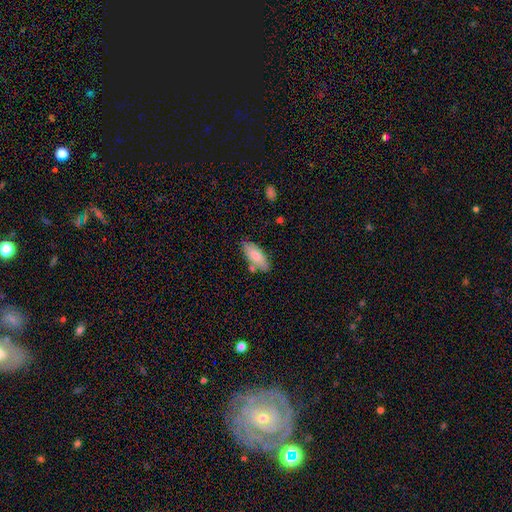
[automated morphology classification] smooth-or-featured: smooth: 80% | featured or disk: 14% | star or artifact: 6%
  how-rounded: in between: 79% | cigar-shaped: 19% | round: 2%
  merging: none: 74% | minor disturbance: 15% | merger: 8% | major disturbance: 3%